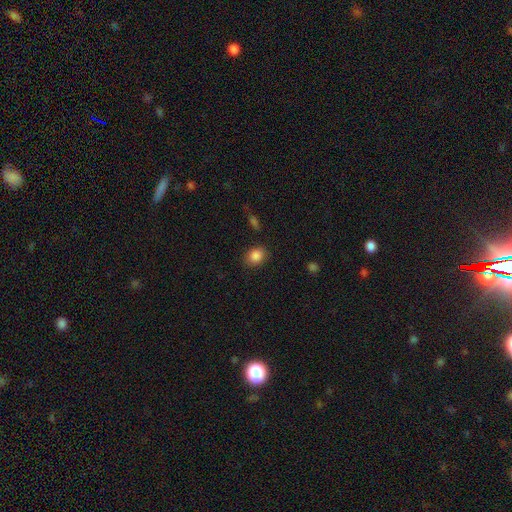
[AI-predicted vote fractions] Smooth or featured: smooth — 87% (star or artifact — 9%)
How rounded: in between — 52% (round — 47%)
Merging: none — 85% (minor disturbance — 11%)